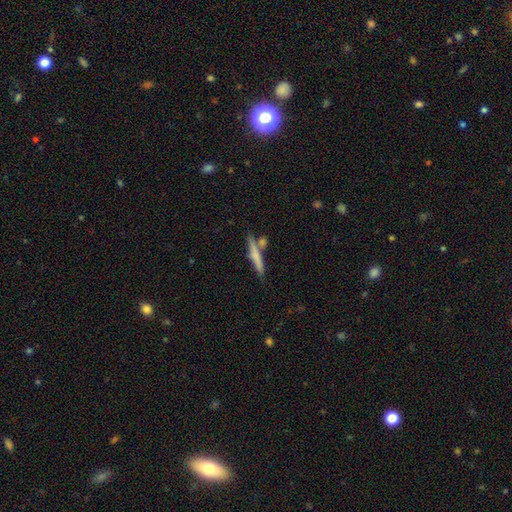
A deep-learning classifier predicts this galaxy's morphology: Smooth or featured: smooth — 60% (featured or disk — 33%)
How rounded: cigar-shaped — 92% (in between — 6%)
Merging: none — 68% (merger — 16%)